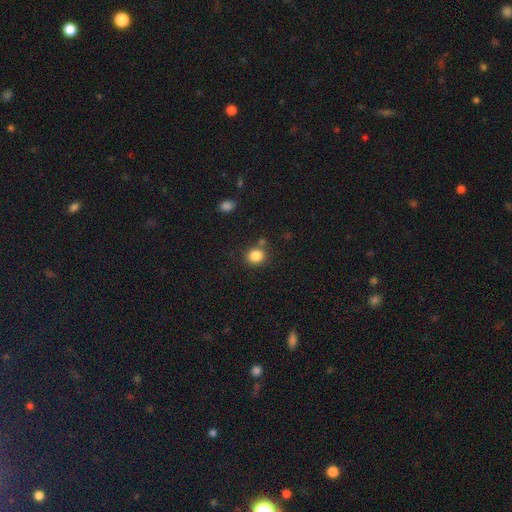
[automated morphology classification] The model was most divided on "how rounded": round: 72%, in between: 27%, cigar-shaped: 1%. More confident: smooth or featured — smooth (85%); merging — none (76%).